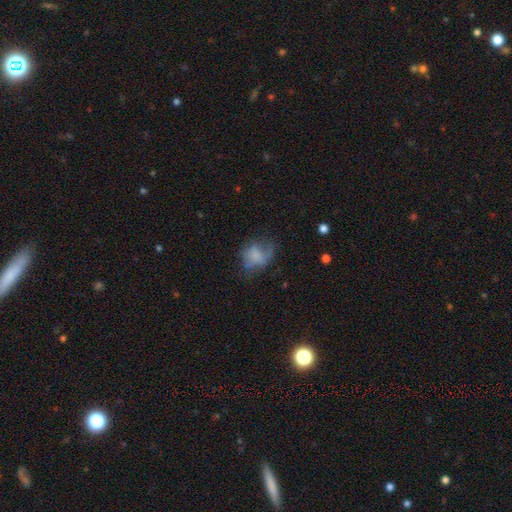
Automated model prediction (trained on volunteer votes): The model was most divided on "merging": none: 41%, major disturbance: 28%, minor disturbance: 28%, merger: 2%. More confident: smooth or featured — smooth (62%); how rounded — in between (57%).